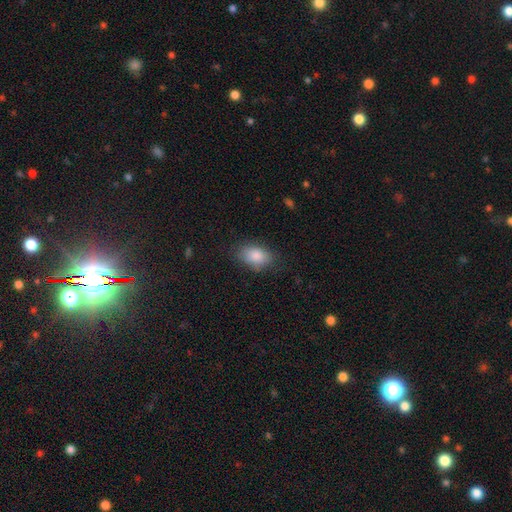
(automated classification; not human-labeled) Smooth or featured? Predicted: smooth (p=0.86). How rounded? Predicted: in between (p=0.88). Merging? Predicted: none (p=0.77).